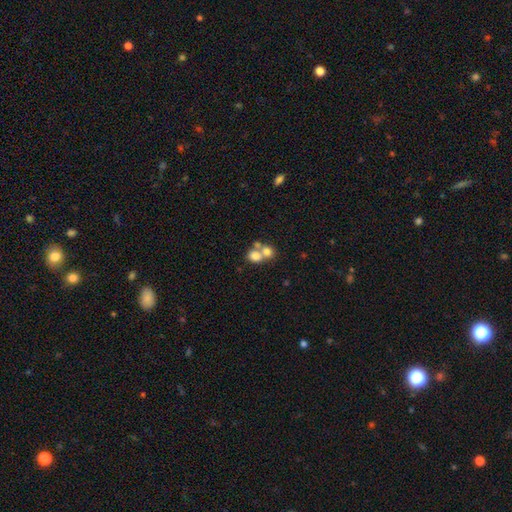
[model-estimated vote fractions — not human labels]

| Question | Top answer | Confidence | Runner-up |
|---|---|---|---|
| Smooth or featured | smooth | 73% | featured or disk (16%) |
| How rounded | round | 59% | in between (40%) |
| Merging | merger | 60% | none (30%) |